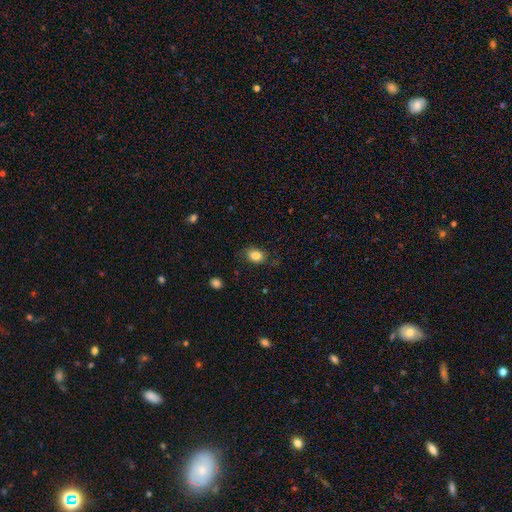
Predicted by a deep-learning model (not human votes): A smooth galaxy with no disk features (84%) that is in between round and cigar-shaped (72%). Merging: none (79%).